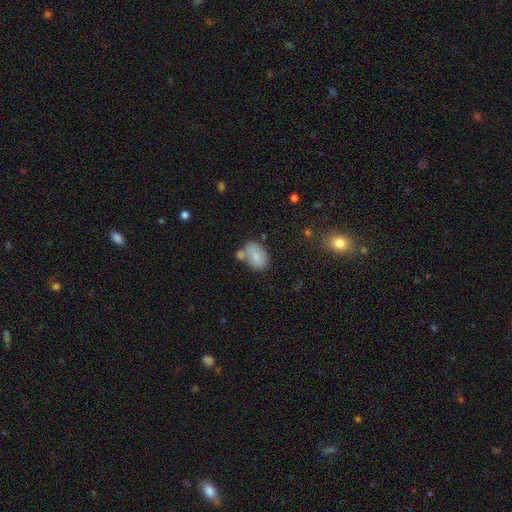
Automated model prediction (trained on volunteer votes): Morphology: type=smooth (76%); roundness=in between (88%); merging=none (50%).